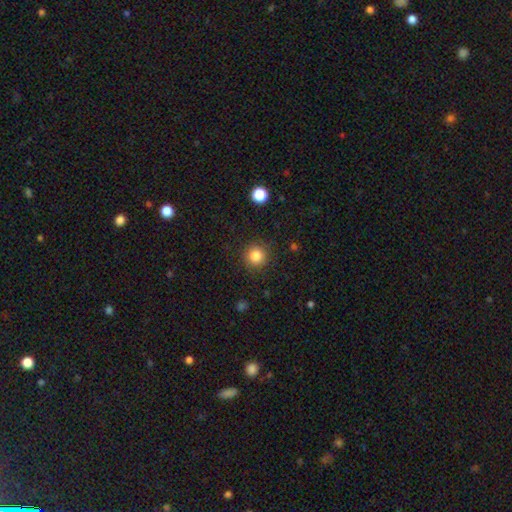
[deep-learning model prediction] smooth 84%, star or artifact 11%, featured or disk 5%. Down the decision tree: how rounded — round (94%); merging — none (89%).